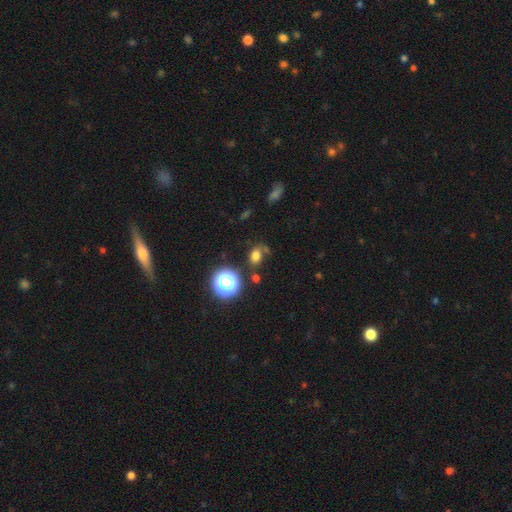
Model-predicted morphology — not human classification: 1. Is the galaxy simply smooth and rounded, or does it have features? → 74% smooth, 18% star or artifact, 7% featured or disk.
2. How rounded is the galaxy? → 60% in between, 39% round, 2% cigar-shaped.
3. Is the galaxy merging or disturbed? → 67% none, 17% minor disturbance, 9% merger, 7% major disturbance.